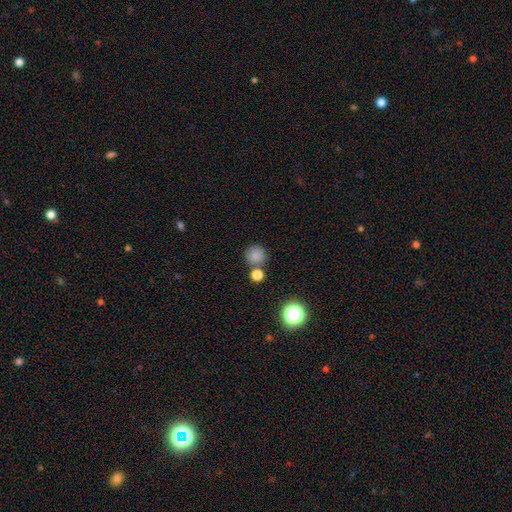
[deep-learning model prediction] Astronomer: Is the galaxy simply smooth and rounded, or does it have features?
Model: smooth — 81%.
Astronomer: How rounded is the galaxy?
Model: round — 93%.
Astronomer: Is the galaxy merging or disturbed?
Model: none — 73%.